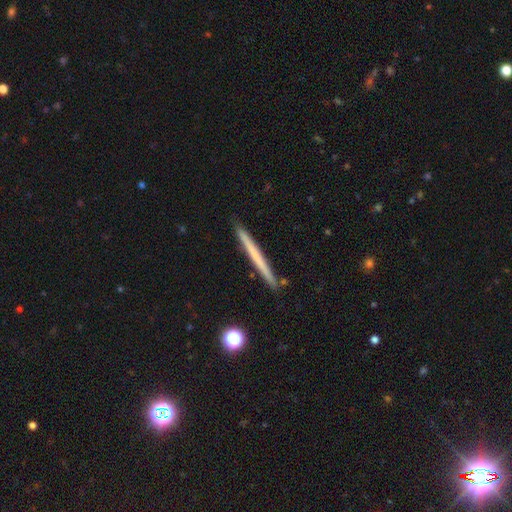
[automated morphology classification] This is possibly a smooth galaxy (51%). How rounded: clearly cigar-shaped (97%). Merging: clearly none (91%).